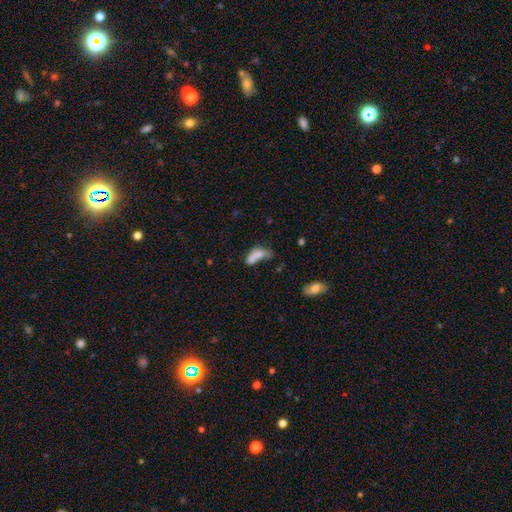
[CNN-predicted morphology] Smooth or featured? Predicted: smooth (p=0.70). How rounded? Predicted: in between (p=0.81). Merging? Predicted: merger (p=0.42).